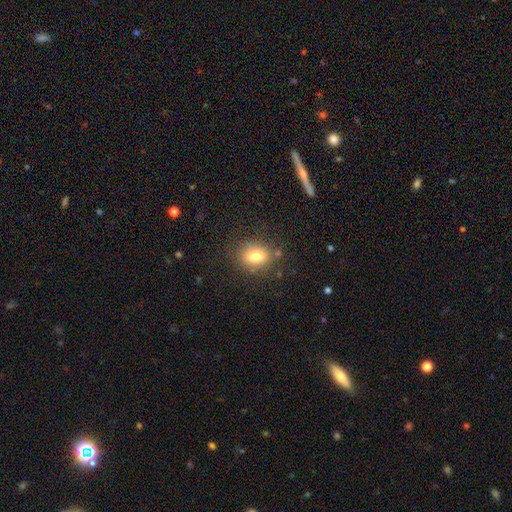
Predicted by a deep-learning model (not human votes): smooth 79%, star or artifact 11%, featured or disk 10%. Down the decision tree: how rounded — in between (63%); merging — none (79%).